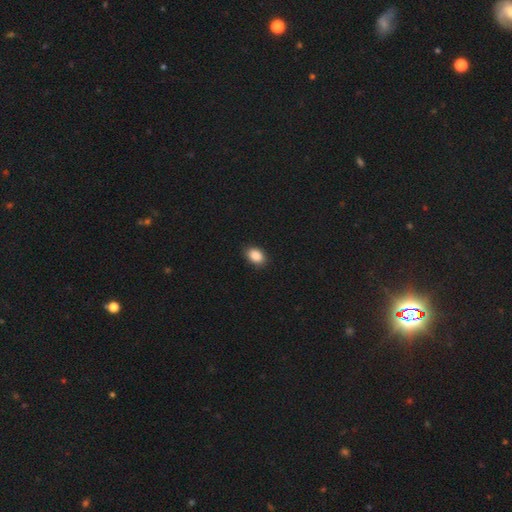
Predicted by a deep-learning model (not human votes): smooth-or-featured: smooth: 89% | star or artifact: 8% | featured or disk: 3%
  how-rounded: in between: 81% | round: 18% | cigar-shaped: 1%
  merging: none: 87% | minor disturbance: 10% | major disturbance: 2% | merger: 1%